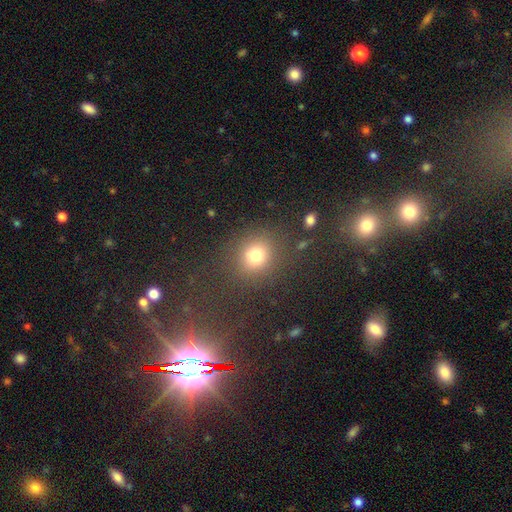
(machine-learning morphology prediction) This is likely a smooth galaxy (77%). How rounded: likely round (80%). Merging: likely none (77%).